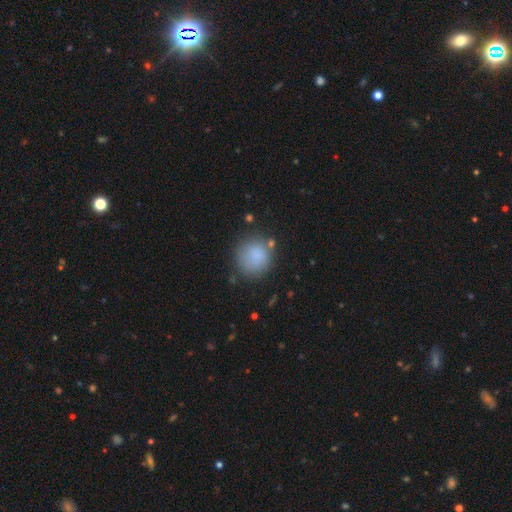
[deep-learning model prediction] A smooth galaxy with no disk features (83%) that is round (90%).

Vote fractions:
- Smooth or featured? smooth: 83% / star or artifact: 9% / featured or disk: 8%
- How rounded? round: 90% / in between: 9% / cigar-shaped: 1%
- Merging? none: 72% / minor disturbance: 16% / major disturbance: 6% / merger: 5%